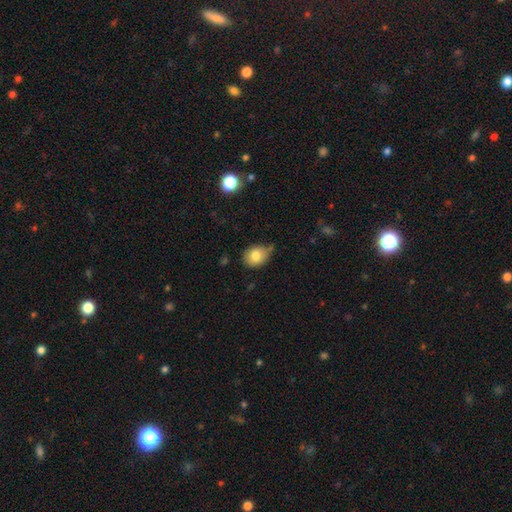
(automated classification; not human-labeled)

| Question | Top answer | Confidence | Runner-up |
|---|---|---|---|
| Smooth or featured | smooth | 79% | featured or disk (12%) |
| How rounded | round | 55% | in between (44%) |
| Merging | none | 53% | minor disturbance (34%) |